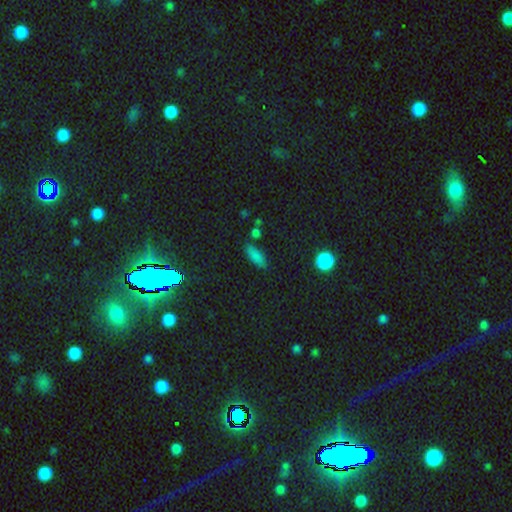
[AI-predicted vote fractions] A smooth galaxy with no disk features (71%) that is in between round and cigar-shaped (63%). Merging: none (76%).